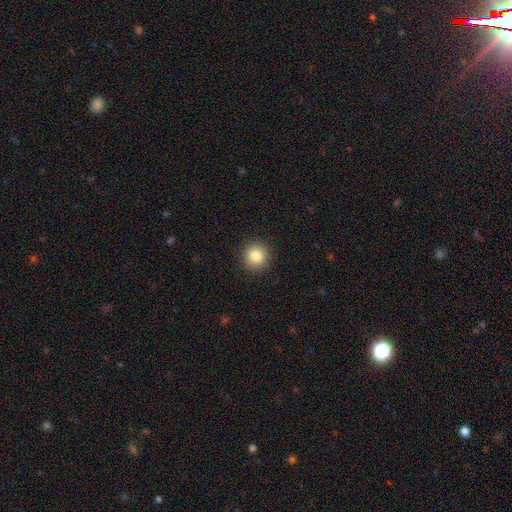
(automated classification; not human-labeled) Morphology: type=smooth (84%); roundness=round (93%); merging=none (92%).